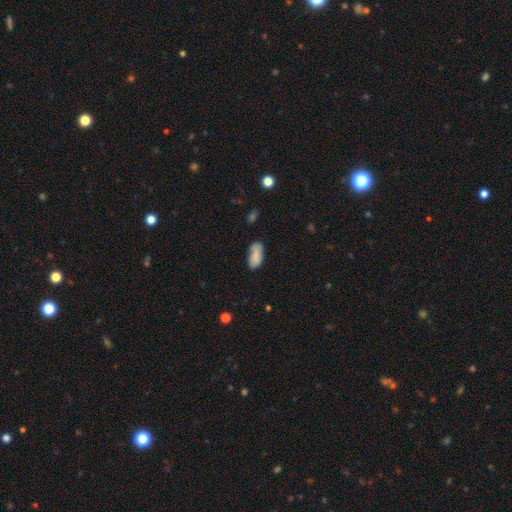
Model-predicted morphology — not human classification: Smooth or featured? Predicted: smooth (p=0.83). How rounded? Predicted: in between (p=0.90). Merging? Predicted: none (p=0.61).